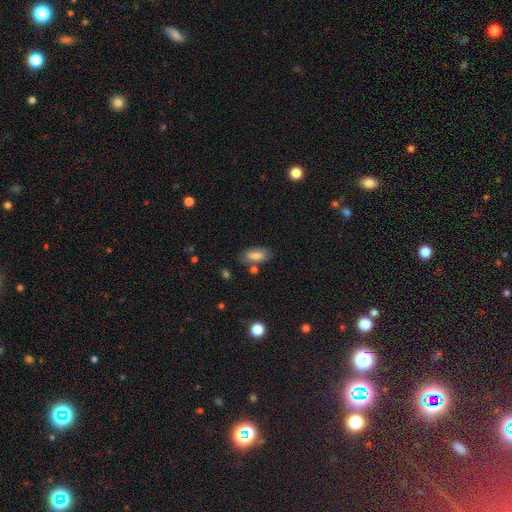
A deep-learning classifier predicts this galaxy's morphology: smooth_or_featured: smooth (p=0.78) [alt: featured or disk p=0.15]
how_rounded: in between (p=0.87) [alt: cigar-shaped p=0.10]
merging: none (p=0.71) [alt: minor disturbance p=0.17]